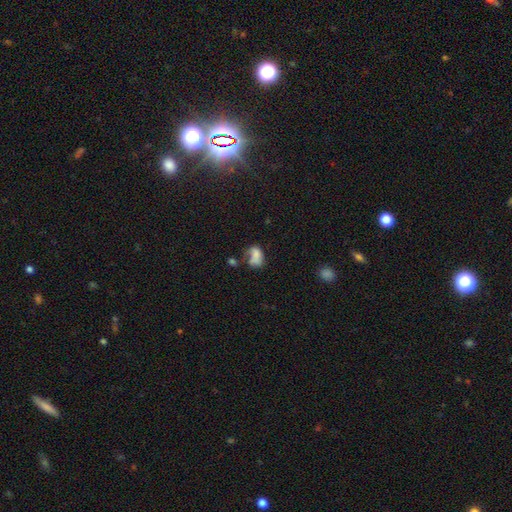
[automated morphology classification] Smooth or featured? Predicted: smooth (p=0.71). How rounded? Predicted: in between (p=0.83). Merging? Predicted: none (p=0.29).